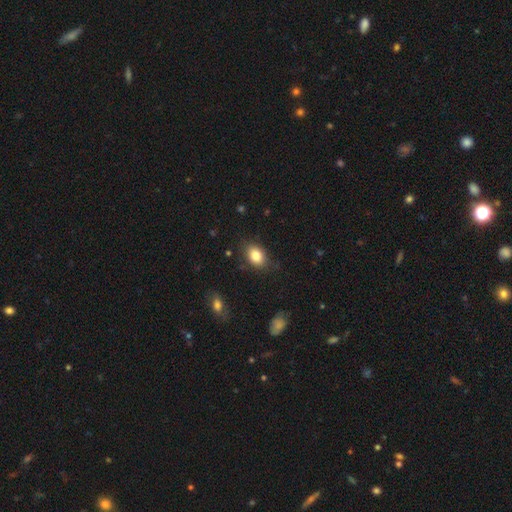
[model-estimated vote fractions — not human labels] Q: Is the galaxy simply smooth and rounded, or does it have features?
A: smooth — 83%.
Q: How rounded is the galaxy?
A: in between — 78%.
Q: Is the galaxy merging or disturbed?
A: none — 81%.